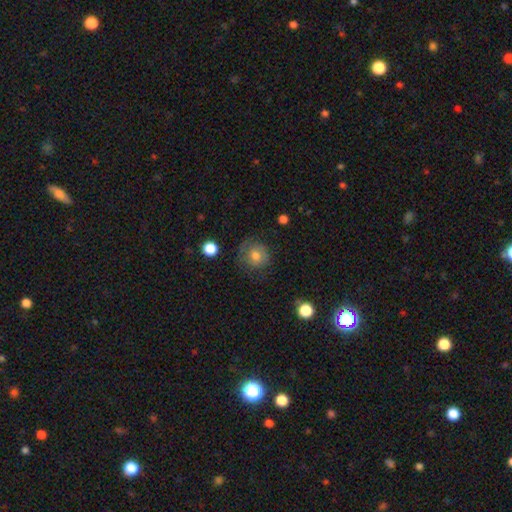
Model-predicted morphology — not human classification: The model was most divided on "merging": none: 67%, minor disturbance: 21%, major disturbance: 10%, merger: 1%. More confident: how rounded — round (87%); smooth or featured — smooth (69%).